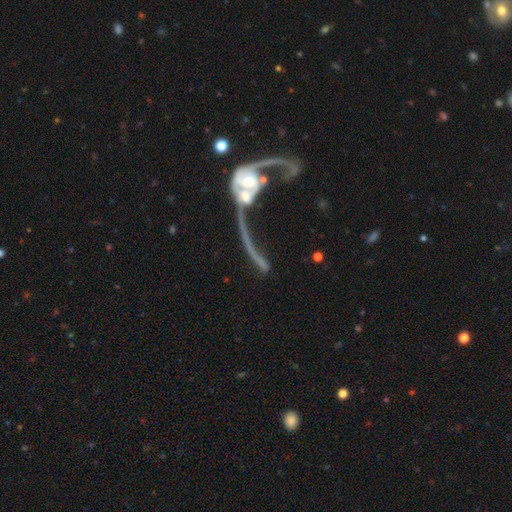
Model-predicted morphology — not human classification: Q: Smooth or featured?
A: featured or disk (72%); runner-up: smooth (18%)
Q: Edge-on disk?
A: no (84%); runner-up: yes (16%)
Q: Bar?
A: no (63%); runner-up: weak (22%)
Q: Spiral arms?
A: yes (68%); runner-up: no (32%)
Q: Bulge size?
A: small (39%); tied with: moderate (39%)
Q: Merging?
A: merger (54%); runner-up: major disturbance (25%)